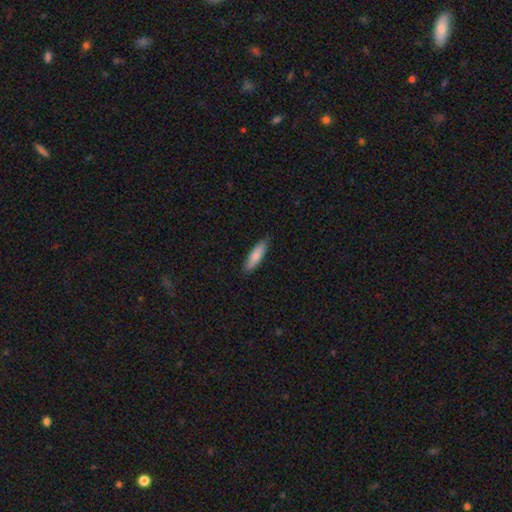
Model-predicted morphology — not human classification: A smooth galaxy with no disk features (81%) that is cigar-shaped (60%).

Vote fractions:
- Smooth or featured? smooth: 81% / featured or disk: 14% / star or artifact: 5%
- How rounded? cigar-shaped: 60% / in between: 38% / round: 2%
- Merging? none: 86% / minor disturbance: 11% / major disturbance: 2% / merger: 1%